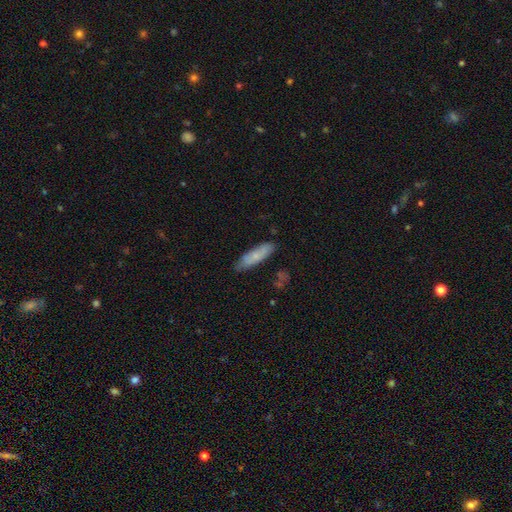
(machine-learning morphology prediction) smooth_or_featured: smooth (p=0.72) [alt: featured or disk p=0.22]
how_rounded: cigar-shaped (p=0.65) [alt: in between p=0.33]
merging: none (p=0.79) [alt: minor disturbance p=0.16]